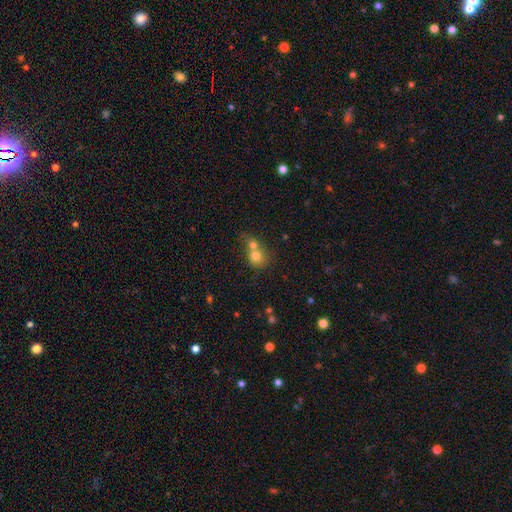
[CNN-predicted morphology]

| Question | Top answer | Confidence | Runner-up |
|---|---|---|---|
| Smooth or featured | smooth | 74% | featured or disk (14%) |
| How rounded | round | 79% | in between (20%) |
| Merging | merger | 62% | none (29%) |